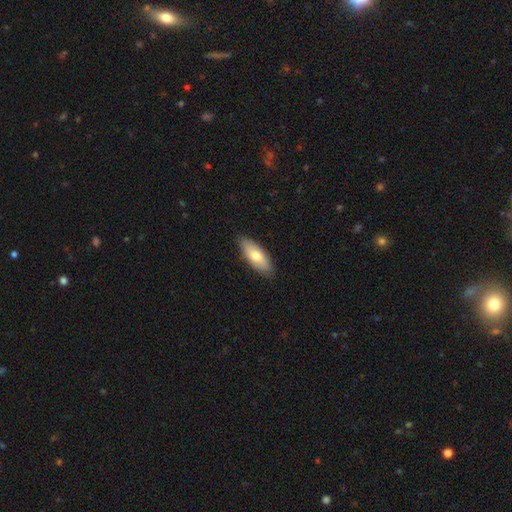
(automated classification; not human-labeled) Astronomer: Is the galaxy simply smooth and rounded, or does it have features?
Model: smooth — 70%.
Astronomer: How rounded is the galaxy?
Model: in between — 75%.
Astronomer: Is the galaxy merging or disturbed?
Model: none — 86%.